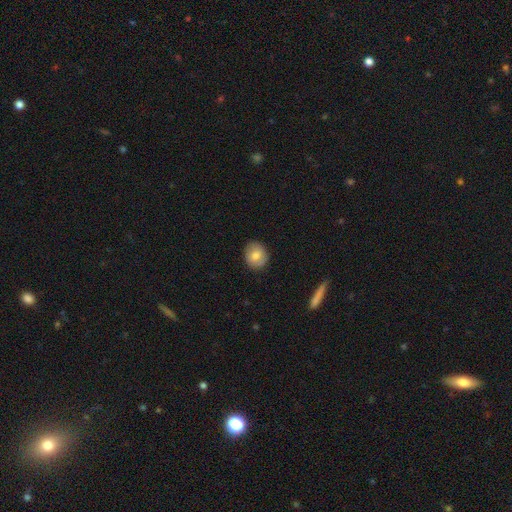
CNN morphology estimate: Q: Smooth or featured?
A: smooth (77%); runner-up: featured or disk (16%)
Q: How rounded?
A: round (75%); runner-up: in between (24%)
Q: Merging?
A: none (88%); runner-up: minor disturbance (9%)